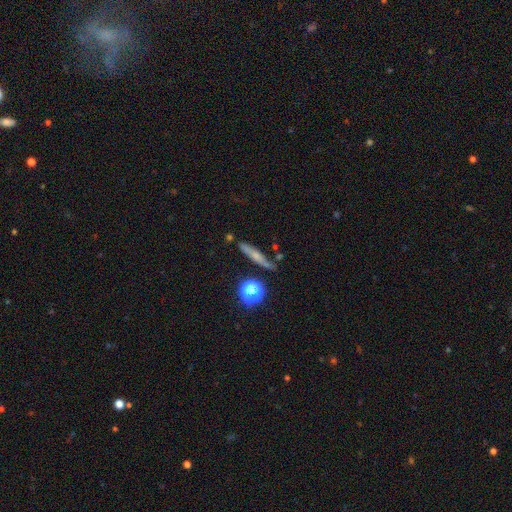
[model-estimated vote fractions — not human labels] This appears to be a smooth galaxy with no disk features (45%). Merging: none (77%).